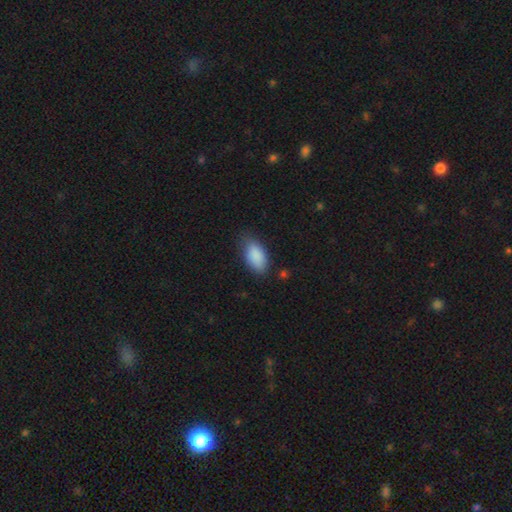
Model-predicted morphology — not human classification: Overall: smooth (88%). How rounded: in between (93%). Merging: none (69%).